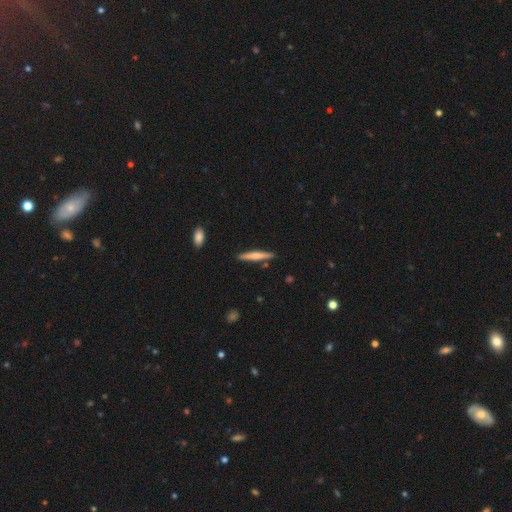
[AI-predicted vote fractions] Morphology: type=smooth (56%); roundness=cigar-shaped (93%); merging=none (88%).